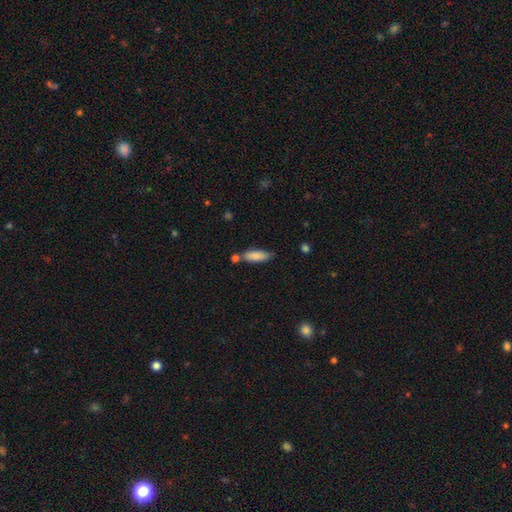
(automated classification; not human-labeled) smooth_or_featured: smooth (p=0.84) [alt: featured or disk p=0.10]
how_rounded: in between (p=0.61) [alt: cigar-shaped p=0.37]
merging: none (p=0.69) [alt: minor disturbance p=0.17]